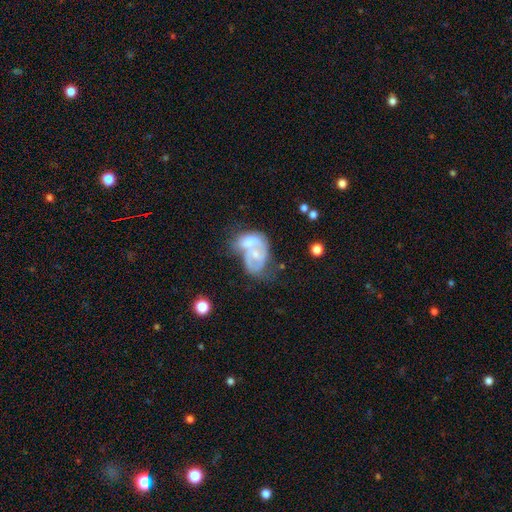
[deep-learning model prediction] smooth_or_featured: featured or disk (p=0.59) [alt: smooth p=0.34]
disk_edge_on: no (p=0.97) [alt: yes p=0.03]
bar: no (p=0.67) [alt: weak p=0.25]
has_spiral_arms: no (p=0.51) [alt: yes p=0.49]
bulge_size: moderate (p=0.50) [alt: small p=0.35]
merging: merger (p=0.63) [alt: none p=0.13]